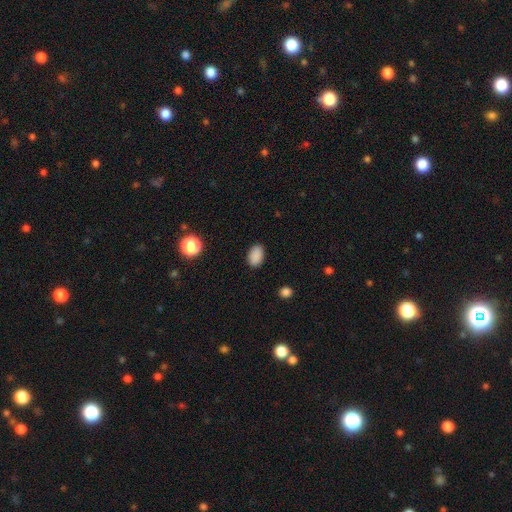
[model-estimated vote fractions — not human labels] A smooth galaxy with no disk features (88%) that is in between round and cigar-shaped (87%).

Vote fractions:
- Smooth or featured? smooth: 88% / star or artifact: 9% / featured or disk: 3%
- How rounded? in between: 87% / round: 11% / cigar-shaped: 1%
- Merging? none: 88% / minor disturbance: 9% / major disturbance: 2% / merger: 1%